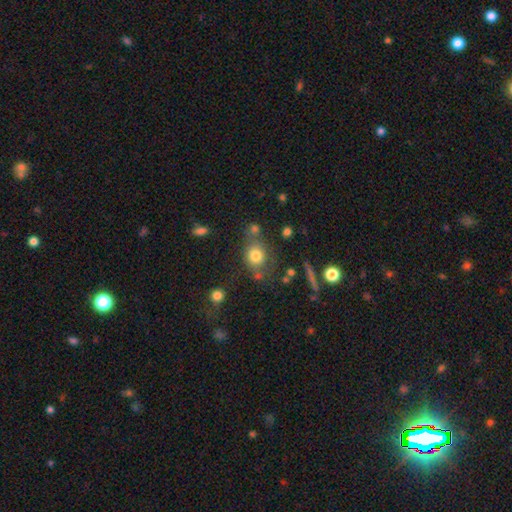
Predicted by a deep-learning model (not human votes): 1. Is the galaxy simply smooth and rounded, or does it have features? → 77% smooth, 13% star or artifact, 10% featured or disk.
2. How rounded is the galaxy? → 67% round, 31% in between, 2% cigar-shaped.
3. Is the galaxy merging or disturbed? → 62% none, 16% minor disturbance, 15% merger, 8% major disturbance.